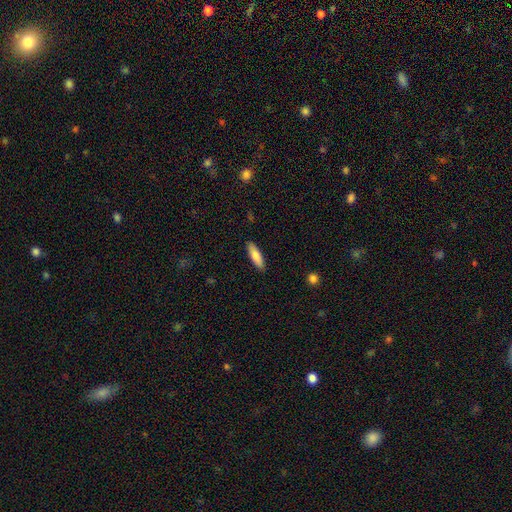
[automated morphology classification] smooth 80%, featured or disk 14%, star or artifact 6%. Down the decision tree: how rounded — cigar-shaped (54%); merging — none (89%).